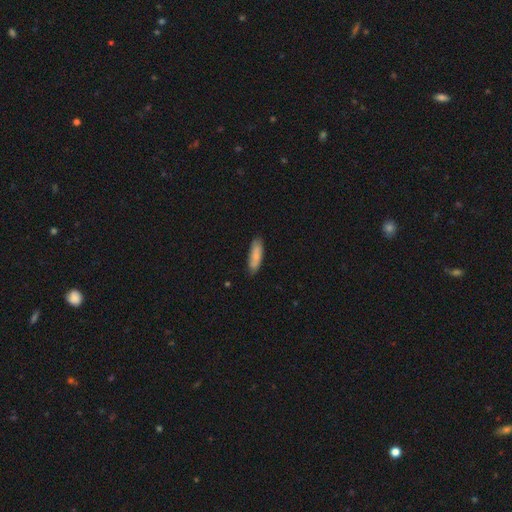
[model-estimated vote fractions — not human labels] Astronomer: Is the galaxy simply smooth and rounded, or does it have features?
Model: smooth — 82%.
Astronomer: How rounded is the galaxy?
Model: in between — 49%, tied with cigar-shaped at 49%.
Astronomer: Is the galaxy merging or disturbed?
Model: none — 83%.